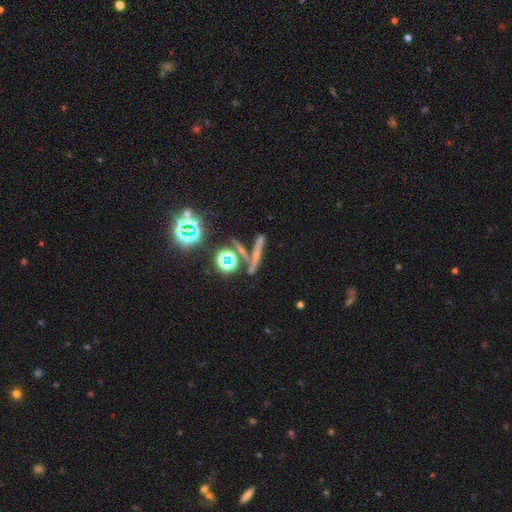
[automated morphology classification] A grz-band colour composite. It shows a smooth galaxy with no disk features (39%). Merging: none (61%).